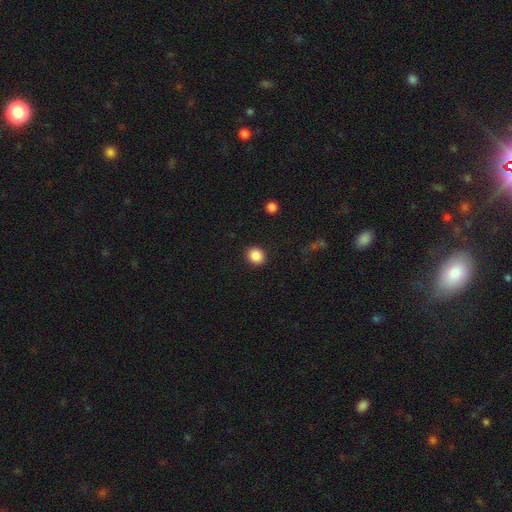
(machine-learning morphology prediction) Smooth or featured?
  - smooth: 87% *
  - star or artifact: 9%
  - featured or disk: 3%
How rounded?
  - round: 81% *
  - in between: 18%
  - cigar-shaped: 1%
Merging?
  - none: 91% *
  - minor disturbance: 6%
  - major disturbance: 2%
  - merger: 1%